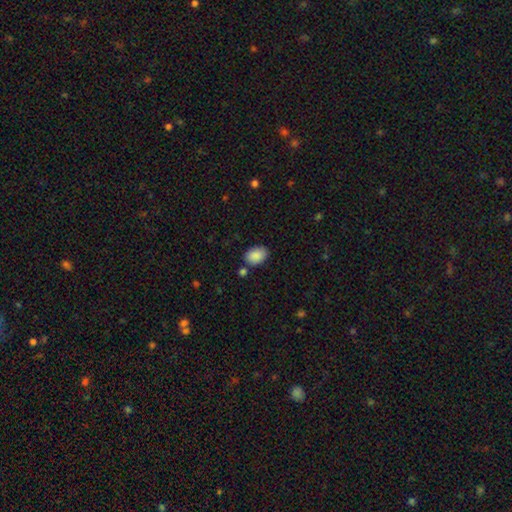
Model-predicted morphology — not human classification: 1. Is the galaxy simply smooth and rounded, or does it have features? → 89% smooth, 7% star or artifact, 4% featured or disk.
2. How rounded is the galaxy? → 87% in between, 12% round, 1% cigar-shaped.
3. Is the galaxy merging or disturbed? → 77% none, 14% minor disturbance, 6% merger, 3% major disturbance.